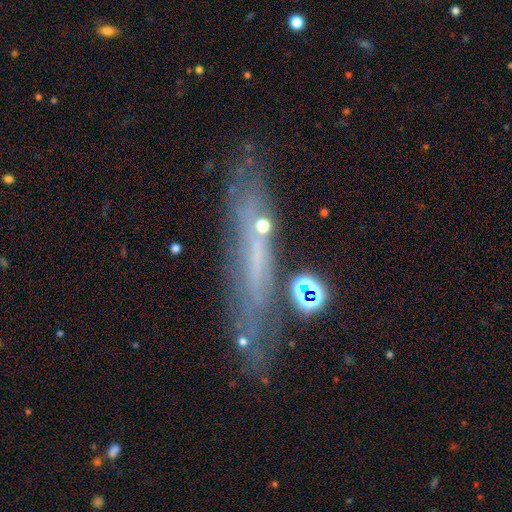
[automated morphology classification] This appears to be a featured or disk galaxy (57%) viewed edge-on (62%). Merging: none (65%).